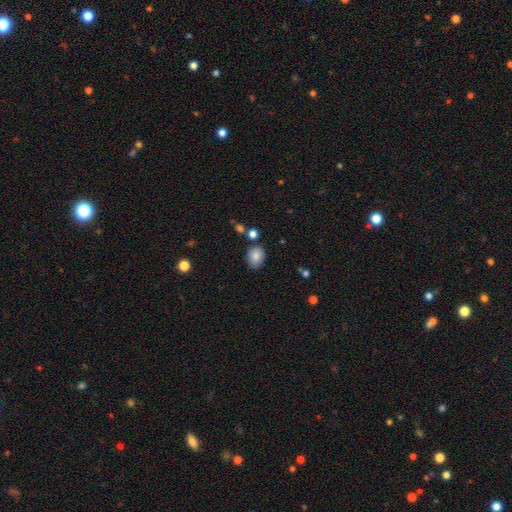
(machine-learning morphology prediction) This is clearly a smooth galaxy (84%). How rounded: possibly in between (57%). Merging: likely none (78%).